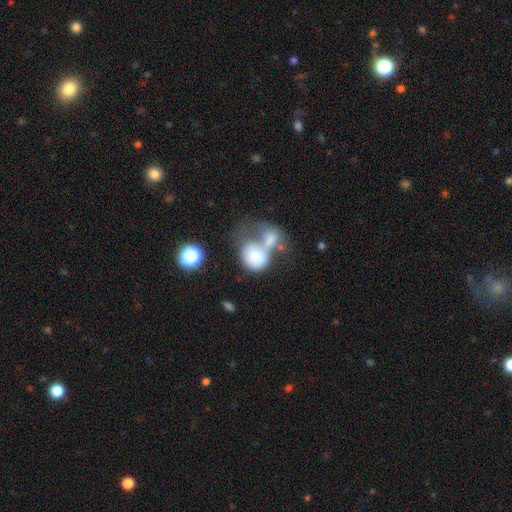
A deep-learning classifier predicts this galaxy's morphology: Q: Smooth or featured?
A: smooth (70%); runner-up: featured or disk (21%)
Q: How rounded?
A: round (55%); runner-up: in between (44%)
Q: Merging?
A: merger (62%); runner-up: major disturbance (17%)